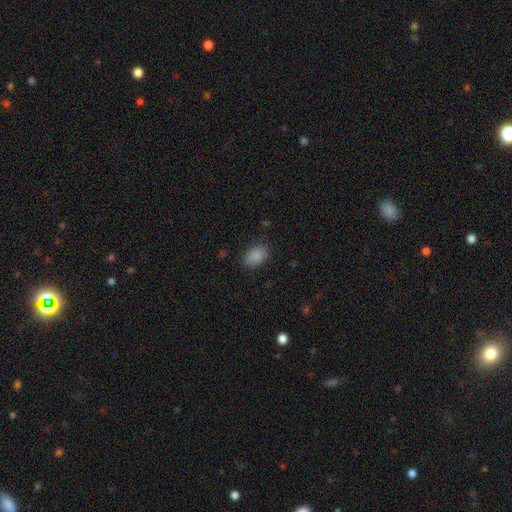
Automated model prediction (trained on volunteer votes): Morphology: type=smooth (88%); roundness=in between (84%); merging=none (82%).